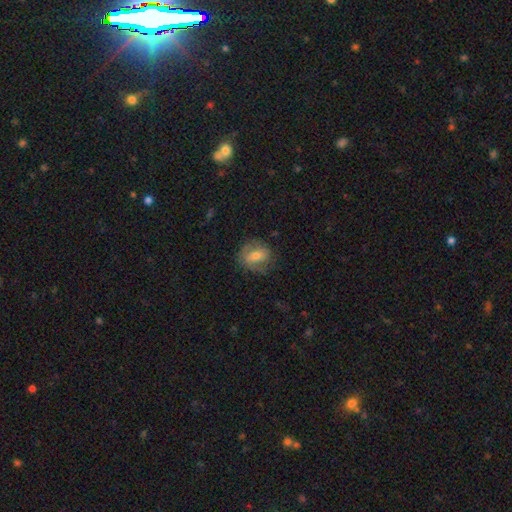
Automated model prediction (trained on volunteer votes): Smooth or featured?
  - smooth: 57% *
  - featured or disk: 35%
  - star or artifact: 8%
How rounded?
  - round: 50% *
  - in between: 48%
  - cigar-shaped: 2%
Merging?
  - none: 65% *
  - minor disturbance: 22%
  - major disturbance: 12%
  - merger: 1%